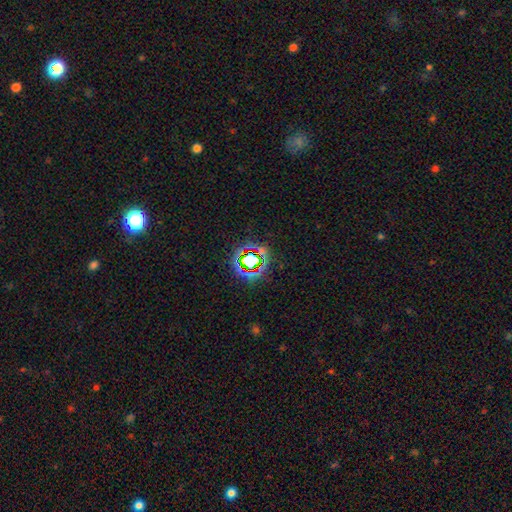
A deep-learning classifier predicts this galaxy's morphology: type=star or artifact (74%).